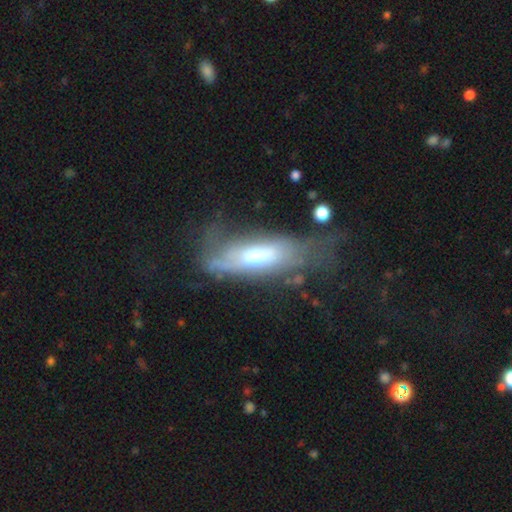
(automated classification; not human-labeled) Morphology: type=featured or disk (48%); merging=major disturbance (37%).